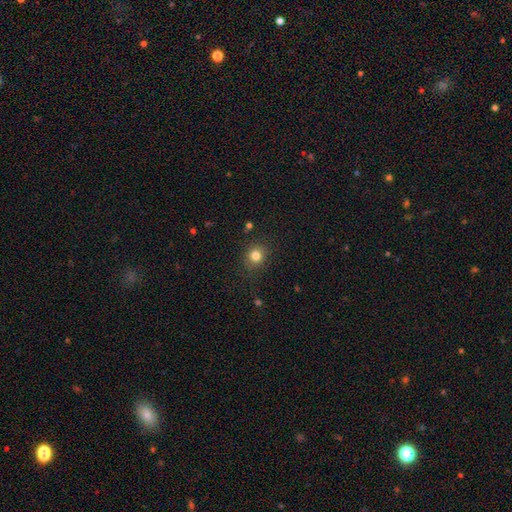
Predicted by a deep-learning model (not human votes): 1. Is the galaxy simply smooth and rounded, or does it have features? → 81% smooth, 13% star or artifact, 6% featured or disk.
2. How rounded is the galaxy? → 82% round, 17% in between, 1% cigar-shaped.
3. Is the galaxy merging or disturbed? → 86% none, 10% minor disturbance, 3% major disturbance, 2% merger.